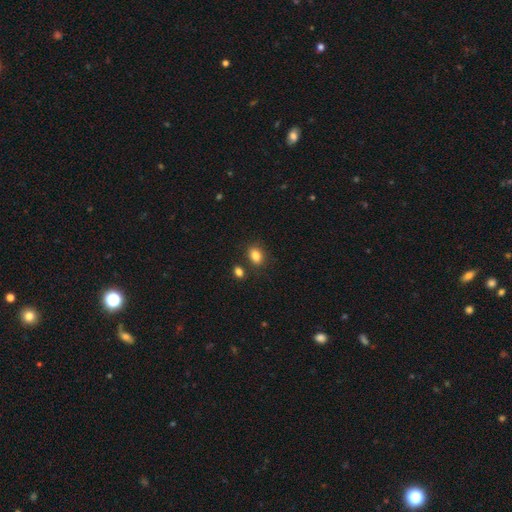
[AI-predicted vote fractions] A smooth galaxy with no disk features (84%) that is in between round and cigar-shaped (73%).

Vote fractions:
- Smooth or featured? smooth: 84% / star or artifact: 10% / featured or disk: 5%
- How rounded? in between: 73% / round: 25% / cigar-shaped: 1%
- Merging? none: 78% / minor disturbance: 11% / merger: 7% / major disturbance: 3%